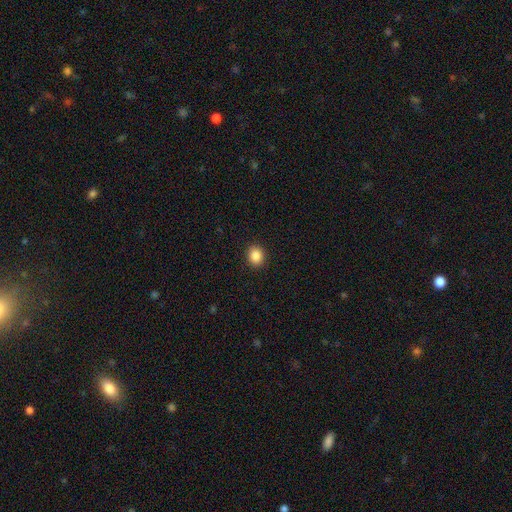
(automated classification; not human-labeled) Smooth or featured: smooth — 87% (star or artifact — 9%)
How rounded: round — 65% (in between — 34%)
Merging: none — 91% (minor disturbance — 6%)